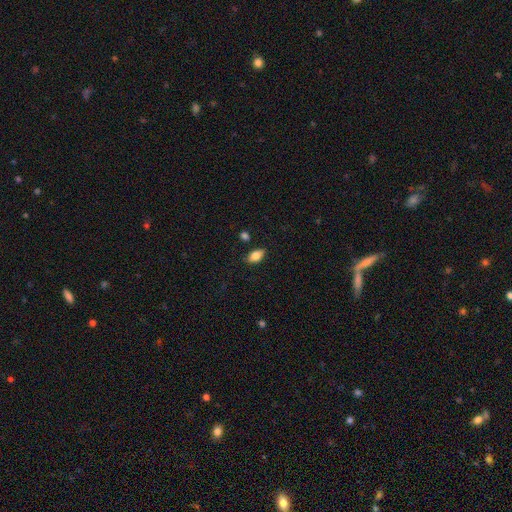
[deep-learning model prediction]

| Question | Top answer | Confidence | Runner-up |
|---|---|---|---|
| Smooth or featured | smooth | 80% | featured or disk (12%) |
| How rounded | in between | 90% | round (6%) |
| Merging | none | 84% | minor disturbance (12%) |